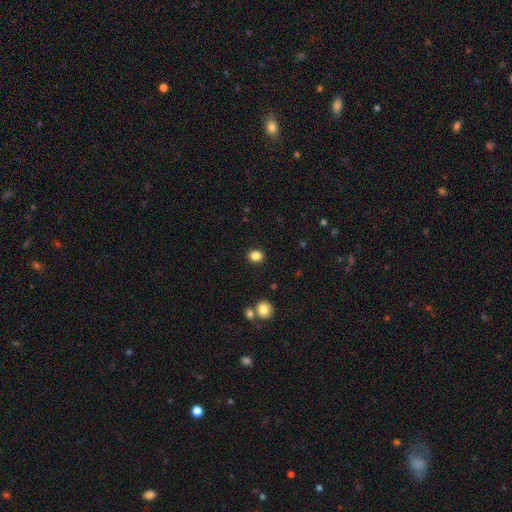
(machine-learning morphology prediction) A smooth galaxy with no disk features (84%) that is round (72%). Merging: none (90%).